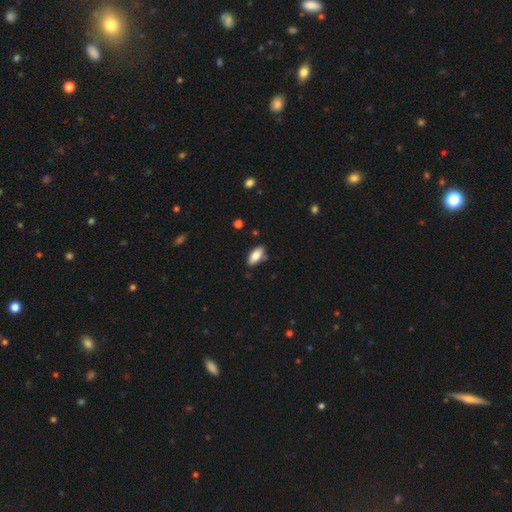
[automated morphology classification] Smooth or featured?
  - smooth: 82% *
  - featured or disk: 11%
  - star or artifact: 7%
How rounded?
  - in between: 90% *
  - cigar-shaped: 8%
  - round: 2%
Merging?
  - none: 81% *
  - minor disturbance: 13%
  - merger: 3%
  - major disturbance: 2%